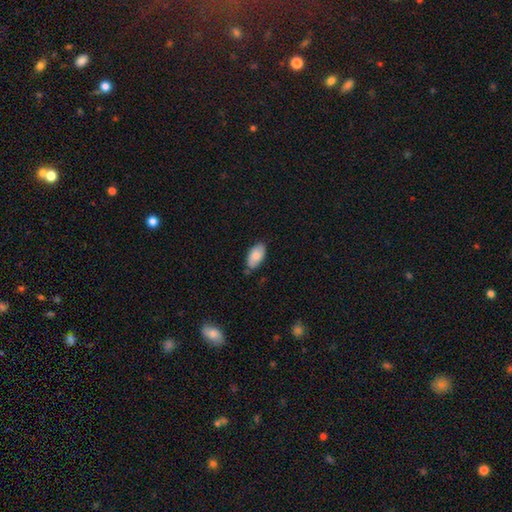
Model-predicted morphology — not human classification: This is clearly a smooth galaxy (80%). How rounded: clearly in between (94%). Merging: likely none (72%).